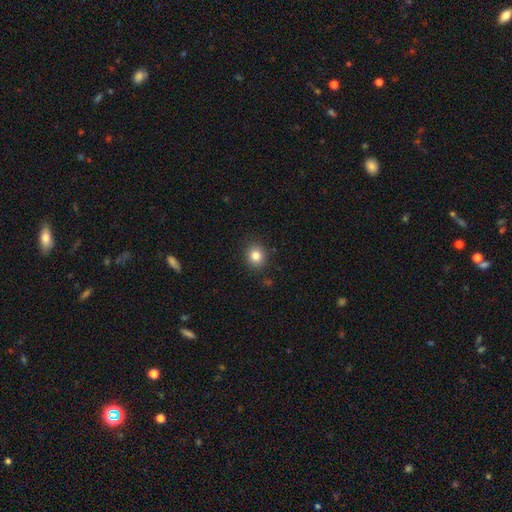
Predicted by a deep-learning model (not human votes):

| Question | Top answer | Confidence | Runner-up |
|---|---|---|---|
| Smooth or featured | smooth | 82% | star or artifact (11%) |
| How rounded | round | 80% | in between (20%) |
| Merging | none | 89% | minor disturbance (8%) |